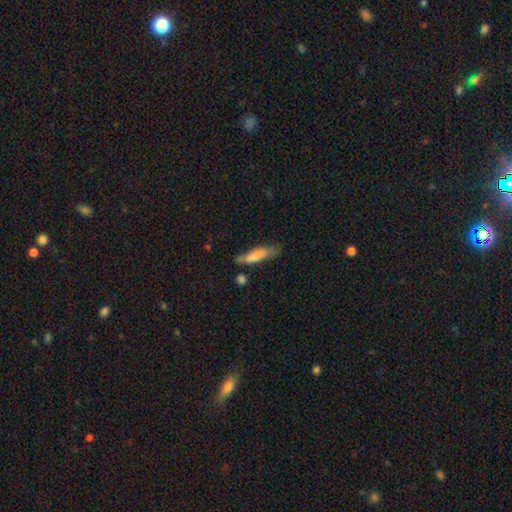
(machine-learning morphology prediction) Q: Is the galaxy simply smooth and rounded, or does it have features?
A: smooth — 72%.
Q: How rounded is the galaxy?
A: cigar-shaped — 77%.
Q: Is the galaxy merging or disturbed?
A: none — 63%.